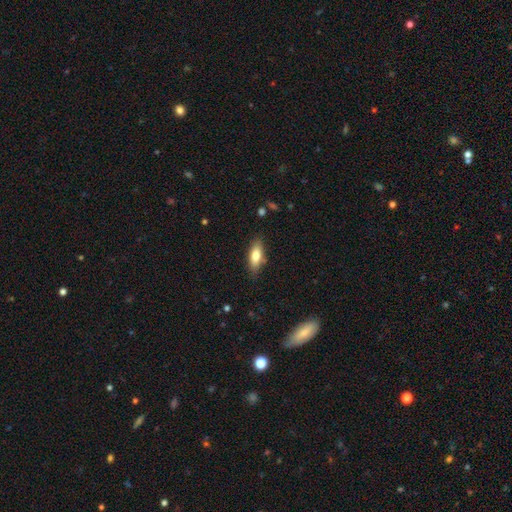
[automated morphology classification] type=smooth (77%); roundness=in between (72%); merging=none (82%).